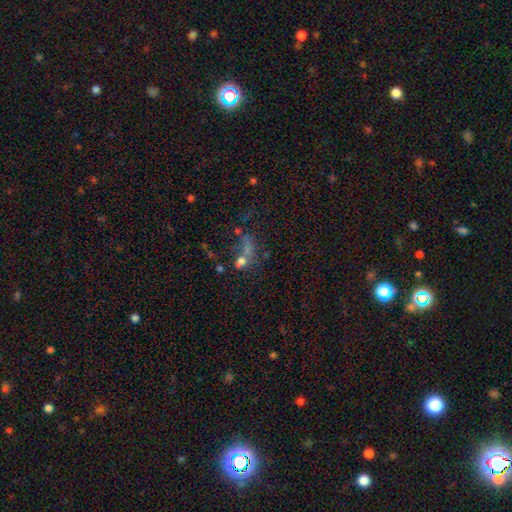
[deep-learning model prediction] Q: Smooth or featured?
A: smooth (43%); runner-up: star or artifact (35%)
Q: Merging?
A: merger (37%); runner-up: none (35%)